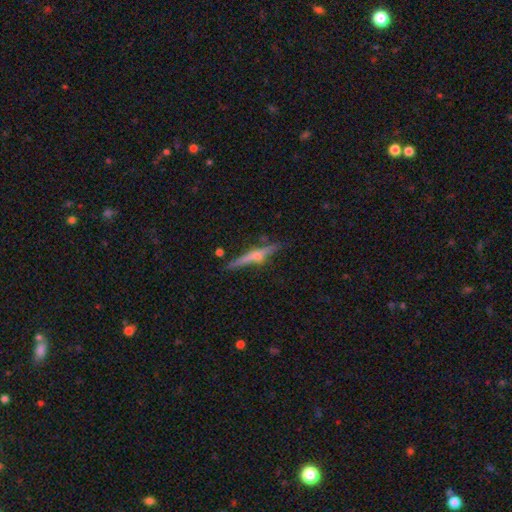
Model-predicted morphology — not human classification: The model was most divided on "smooth or featured": featured or disk: 72%, smooth: 21%, star or artifact: 8%. More confident: edge-on disk — yes (97%); merging — none (84%); edge-on bulge — rounded (83%).